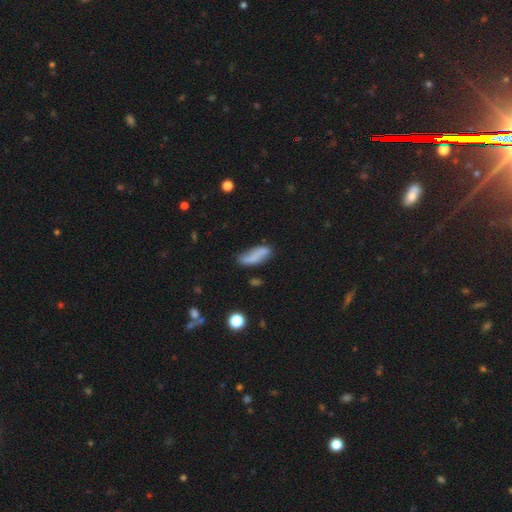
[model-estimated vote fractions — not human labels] A smooth galaxy with no disk features (66%) that is in between round and cigar-shaped (60%).

Vote fractions:
- Smooth or featured? smooth: 66% / featured or disk: 25% / star or artifact: 9%
- How rounded? in between: 60% / cigar-shaped: 37% / round: 3%
- Merging? none: 53% / minor disturbance: 30% / major disturbance: 11% / merger: 7%